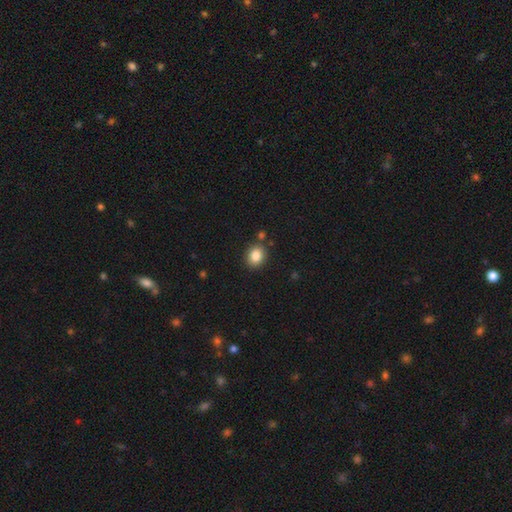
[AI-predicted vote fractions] A smooth galaxy with no disk features (85%) that is round (59%).

Vote fractions:
- Smooth or featured? smooth: 85% / star or artifact: 9% / featured or disk: 6%
- How rounded? round: 59% / in between: 40% / cigar-shaped: 1%
- Merging? none: 83% / minor disturbance: 9% / merger: 5% / major disturbance: 2%